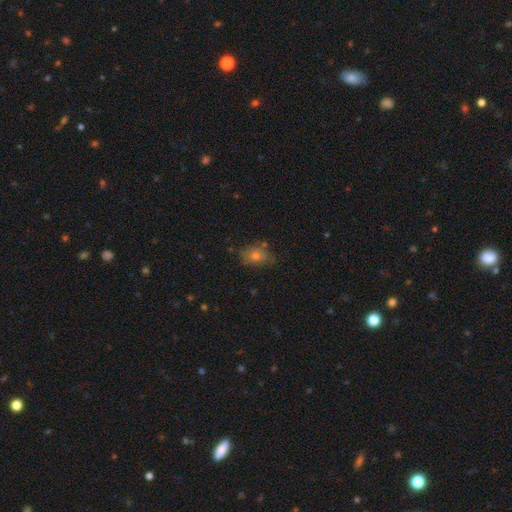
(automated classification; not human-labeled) This appears to be a smooth galaxy with no disk features (63%) that is in between round and cigar-shaped (67%). Merging: none (72%).